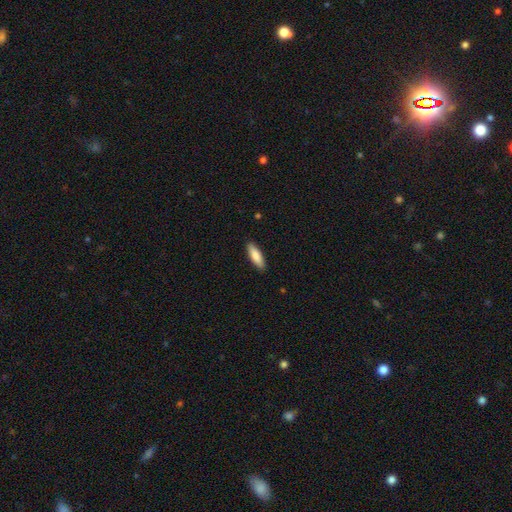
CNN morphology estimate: smooth-or-featured: smooth: 85% | featured or disk: 10% | star or artifact: 5%
  how-rounded: cigar-shaped: 52% | in between: 46% | round: 1%
  merging: none: 90% | minor disturbance: 8% | major disturbance: 2% | merger: 1%